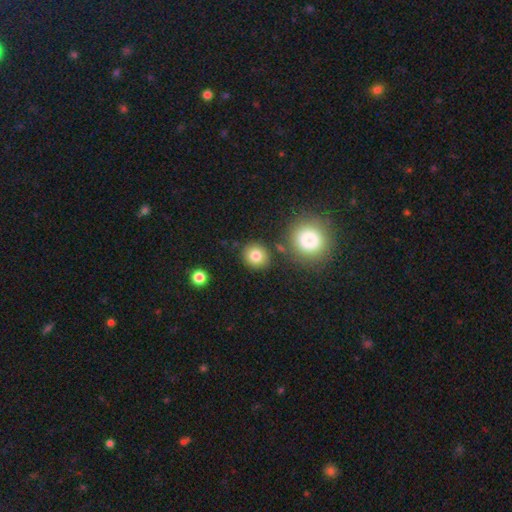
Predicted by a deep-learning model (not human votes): Smooth or featured: smooth — 82% (star or artifact — 11%)
How rounded: round — 85% (in between — 14%)
Merging: none — 83% (minor disturbance — 8%)